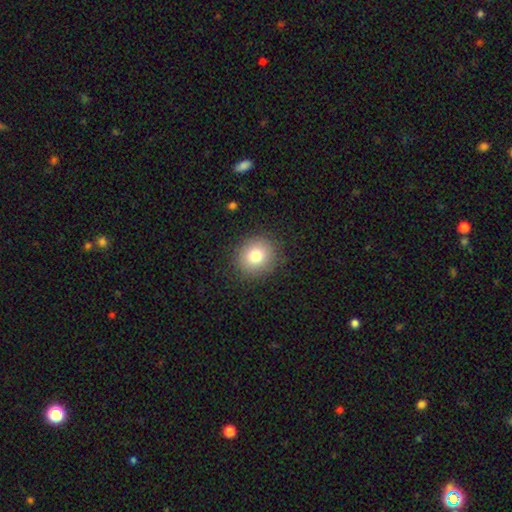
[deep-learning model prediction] A smooth galaxy with no disk features (80%) that is round (82%). Merging: none (87%).